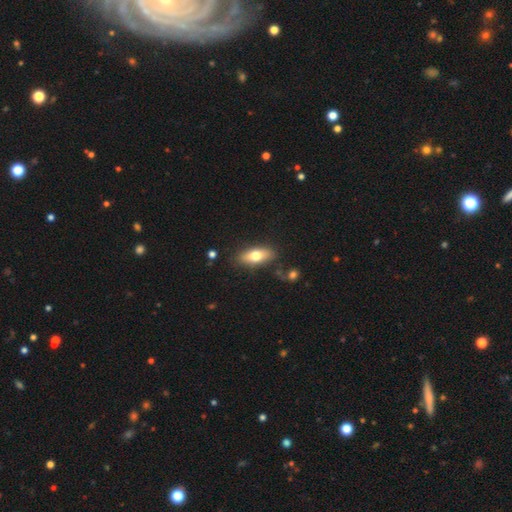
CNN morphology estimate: Smooth or featured?
  - smooth: 68% *
  - featured or disk: 25%
  - star or artifact: 7%
How rounded?
  - in between: 76% *
  - cigar-shaped: 20%
  - round: 4%
Merging?
  - none: 82% *
  - minor disturbance: 12%
  - merger: 3%
  - major disturbance: 3%